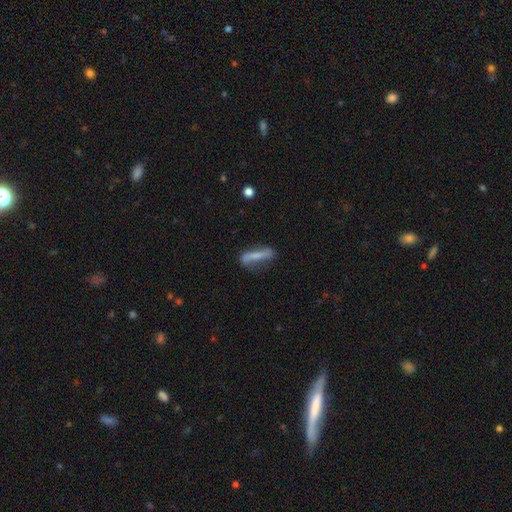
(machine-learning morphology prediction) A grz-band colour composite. It shows a smooth galaxy with no disk features (48%). Merging: none (61%).